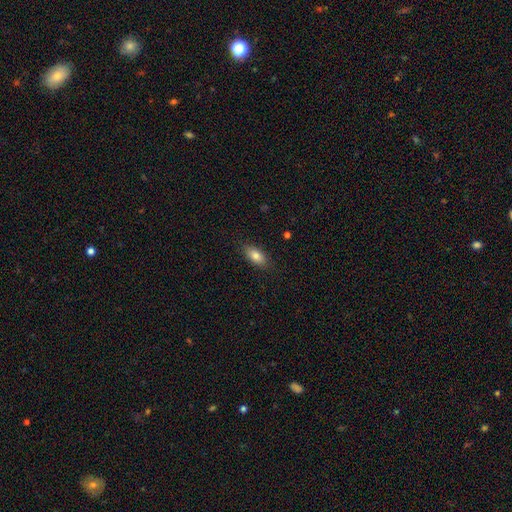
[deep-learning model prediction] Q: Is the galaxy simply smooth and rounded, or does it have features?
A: smooth — 81%.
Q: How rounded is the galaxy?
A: in between — 87%.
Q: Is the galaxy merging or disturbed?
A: none — 86%.